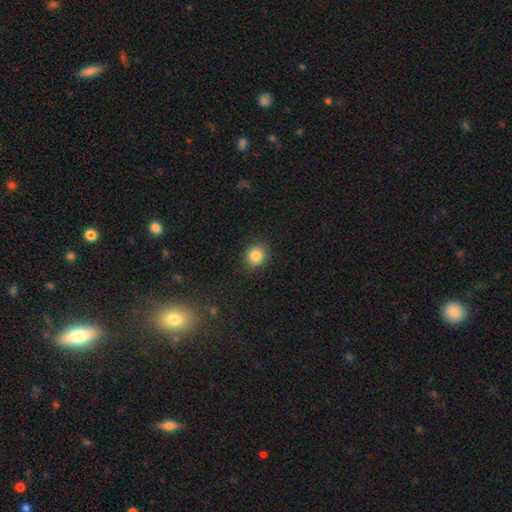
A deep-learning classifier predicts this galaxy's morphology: Smooth or featured?
  - smooth: 85% *
  - star or artifact: 10%
  - featured or disk: 5%
How rounded?
  - round: 78% *
  - in between: 21%
  - cigar-shaped: 1%
Merging?
  - none: 87% *
  - minor disturbance: 9%
  - major disturbance: 3%
  - merger: 1%